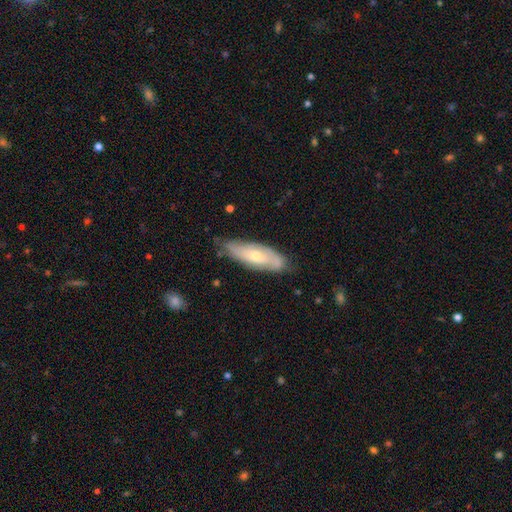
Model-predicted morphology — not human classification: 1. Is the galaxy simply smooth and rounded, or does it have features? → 58% featured or disk, 36% smooth, 6% star or artifact.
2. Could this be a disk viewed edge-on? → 75% no, 25% yes.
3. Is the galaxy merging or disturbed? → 69% none, 25% minor disturbance, 5% major disturbance, 2% merger.